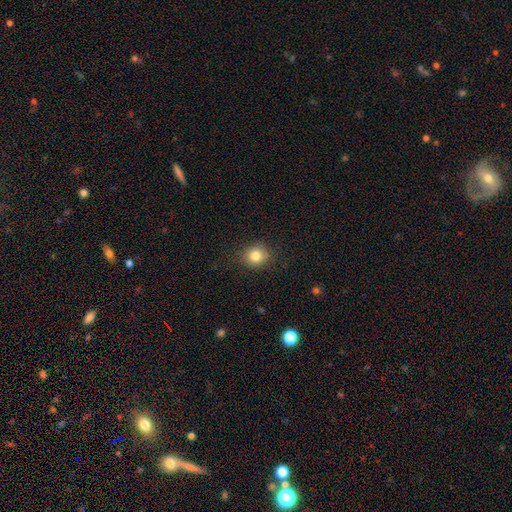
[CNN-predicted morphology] smooth_or_featured: smooth (p=0.82) [alt: star or artifact p=0.11]
how_rounded: round (p=0.81) [alt: in between p=0.19]
merging: none (p=0.86) [alt: minor disturbance p=0.10]